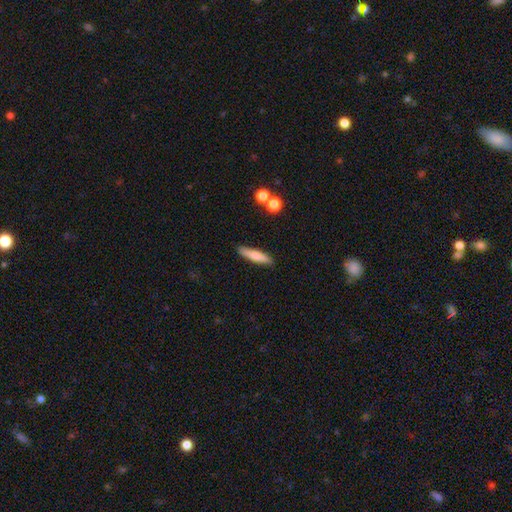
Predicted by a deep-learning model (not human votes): Smooth or featured: smooth — 71% (featured or disk — 22%)
How rounded: cigar-shaped — 84% (in between — 14%)
Merging: none — 87% (minor disturbance — 9%)